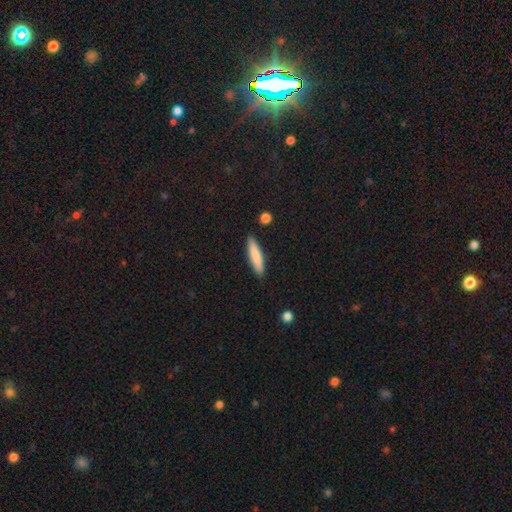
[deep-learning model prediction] This is clearly a smooth galaxy (80%). How rounded: clearly cigar-shaped (82%). Merging: clearly none (88%).